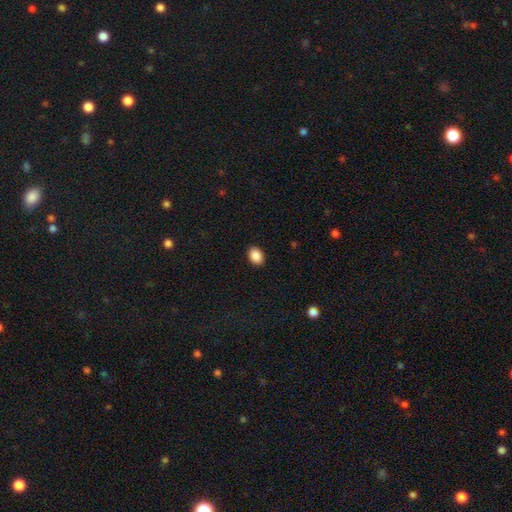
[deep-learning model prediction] A smooth galaxy with no disk features (89%) that is in between round and cigar-shaped (76%).

Vote fractions:
- Smooth or featured? smooth: 89% / star or artifact: 8% / featured or disk: 3%
- How rounded? in between: 76% / round: 23% / cigar-shaped: 1%
- Merging? none: 90% / minor disturbance: 7% / major disturbance: 2% / merger: 1%